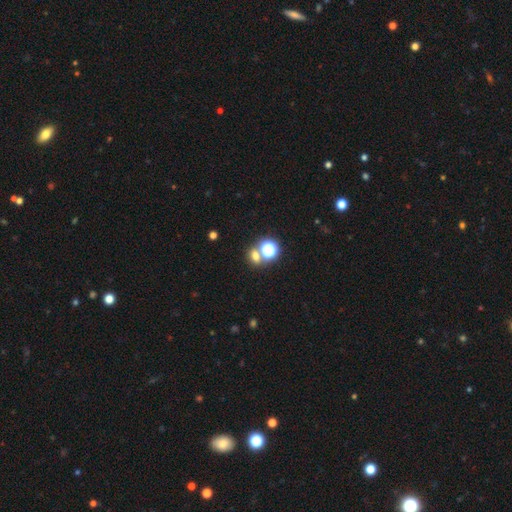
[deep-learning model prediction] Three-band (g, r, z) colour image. It shows a smooth galaxy with no disk features (59%) that is round (60%). Merging: none (60%).